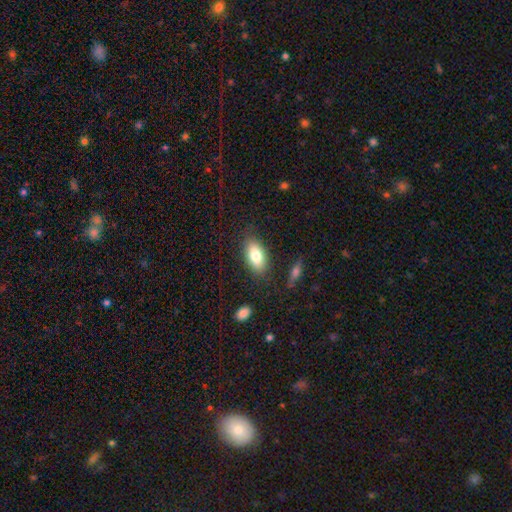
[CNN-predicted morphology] A smooth galaxy with no disk features (80%) that is in between round and cigar-shaped (89%). Merging: none (82%).